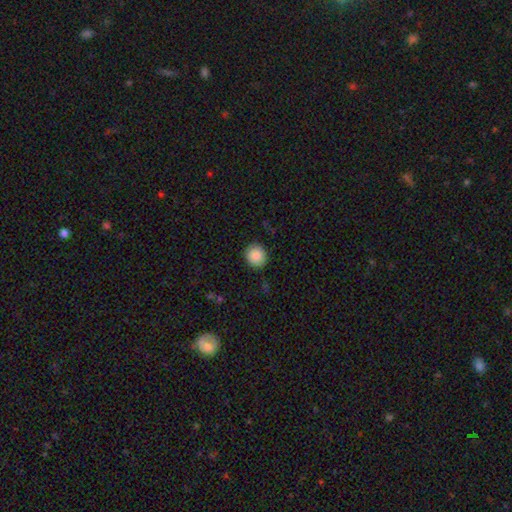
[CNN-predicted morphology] Smooth or featured: smooth — 87% (star or artifact — 8%)
How rounded: round — 86% (in between — 13%)
Merging: none — 90% (minor disturbance — 7%)